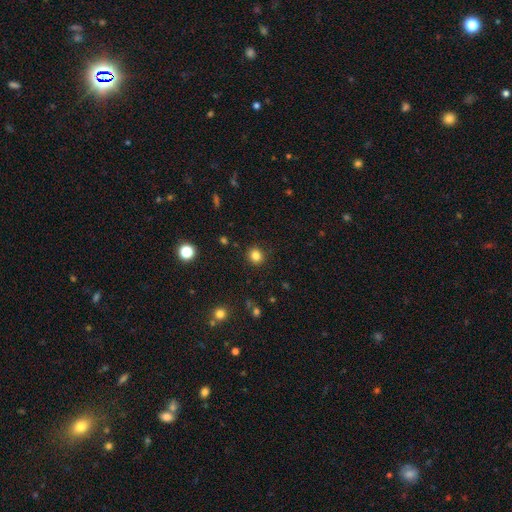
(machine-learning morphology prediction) Q: Smooth or featured?
A: smooth (82%); runner-up: star or artifact (13%)
Q: How rounded?
A: round (86%); runner-up: in between (13%)
Q: Merging?
A: none (90%); runner-up: minor disturbance (7%)